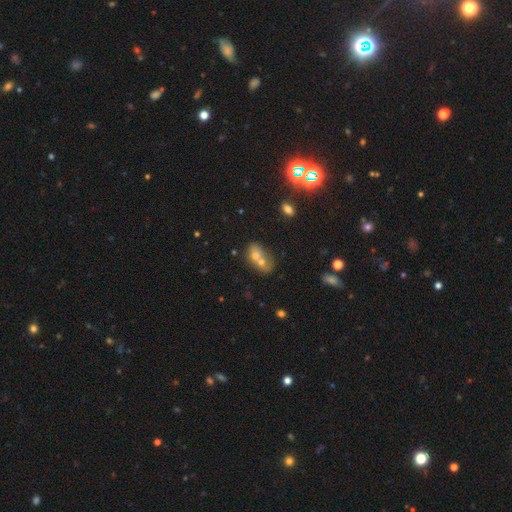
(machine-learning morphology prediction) Q: Smooth or featured?
A: smooth (51%); runner-up: featured or disk (26%)
Q: How rounded?
A: in between (57%); runner-up: round (40%)
Q: Merging?
A: merger (65%); runner-up: none (24%)